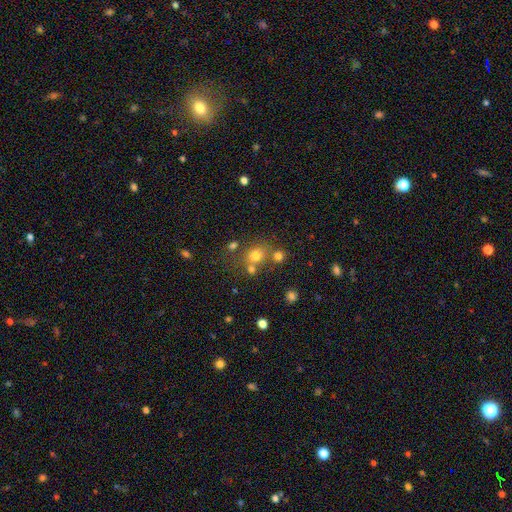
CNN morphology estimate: smooth 71%, star or artifact 18%, featured or disk 10%. Down the decision tree: how rounded — round (73%); merging — none (61%).